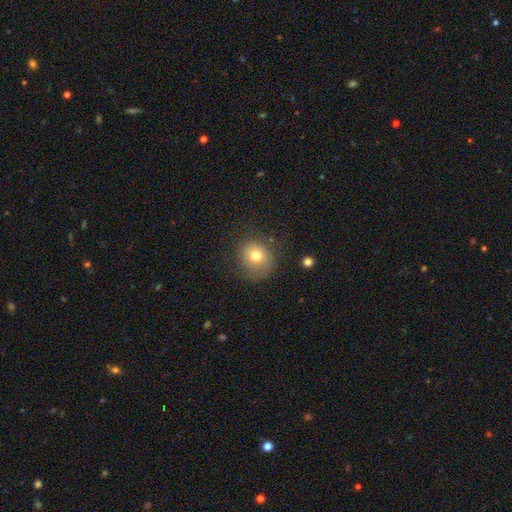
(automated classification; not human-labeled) The model was most divided on "merging": none: 73%, minor disturbance: 17%, major disturbance: 8%, merger: 2%. More confident: how rounded — round (85%); smooth or featured — smooth (74%).